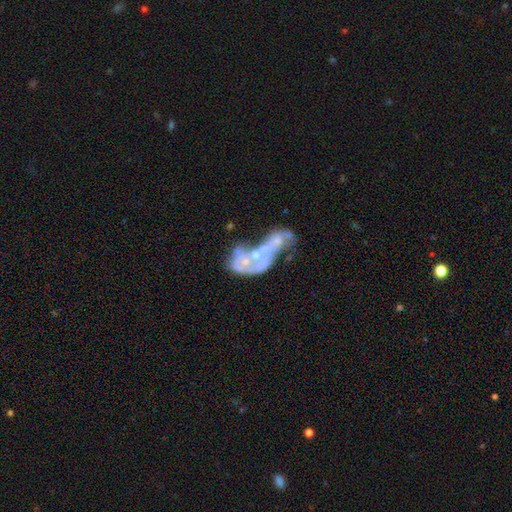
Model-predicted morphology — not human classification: A featured or disk galaxy (69%) with no bar (82%), no spiral arms (70%) and a small central bulge (43%).

Vote fractions:
- Smooth or featured? featured or disk: 69% / smooth: 20% / star or artifact: 12%
- Edge-on disk? no: 96% / yes: 4%
- Bar? no: 82% / weak: 13% / strong: 4%
- Spiral arms? no: 70% / yes: 30%
- Bulge size? small: 43% / none: 31% / moderate: 23% / large: 2% / dominant: 1%
- Merging? merger: 61% / major disturbance: 21% / none: 11% / minor disturbance: 8%